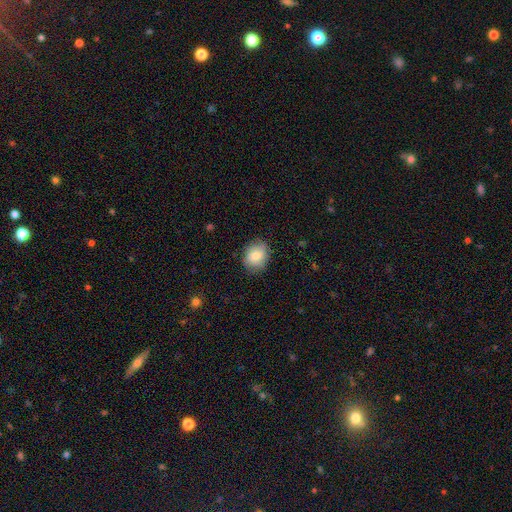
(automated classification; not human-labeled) A smooth galaxy with no disk features (80%) that is round (55%). Merging: none (81%).